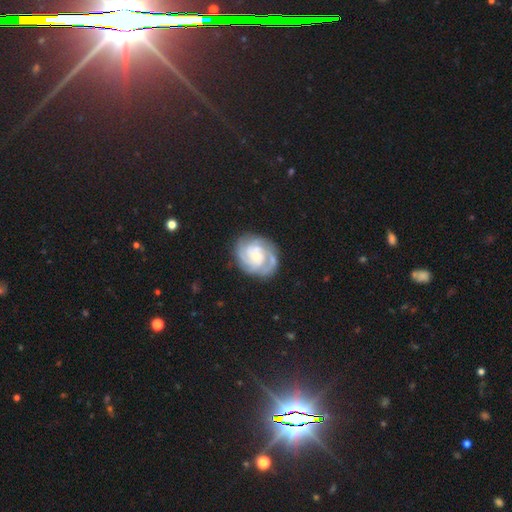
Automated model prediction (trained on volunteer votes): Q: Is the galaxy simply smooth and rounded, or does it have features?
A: featured or disk — 84%.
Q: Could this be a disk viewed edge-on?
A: no — 98%.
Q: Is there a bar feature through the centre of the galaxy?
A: no — 70%.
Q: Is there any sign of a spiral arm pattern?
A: yes — 96%.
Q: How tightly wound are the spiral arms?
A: tight — 68%.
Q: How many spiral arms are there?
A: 3 — 34%.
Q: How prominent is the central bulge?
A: small — 56%.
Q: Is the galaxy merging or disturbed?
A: none — 77%.